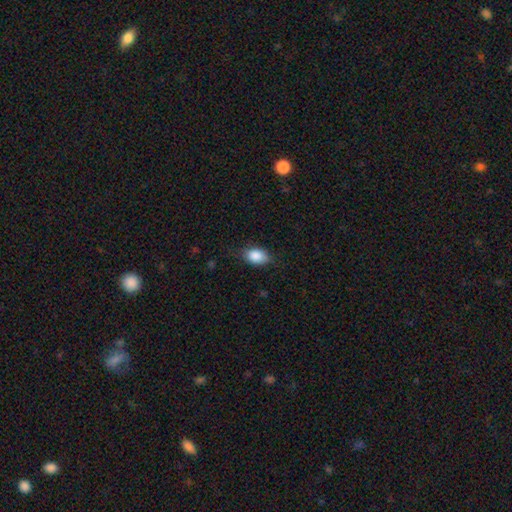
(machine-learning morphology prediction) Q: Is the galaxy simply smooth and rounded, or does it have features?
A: smooth — 87%.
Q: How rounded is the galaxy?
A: in between — 83%.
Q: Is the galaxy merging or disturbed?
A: none — 75%.